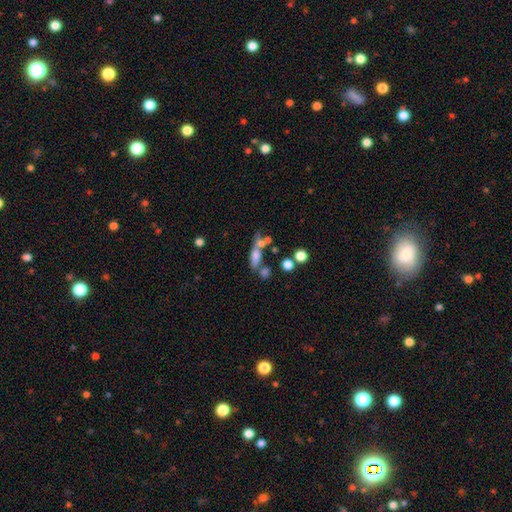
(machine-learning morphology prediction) A smooth galaxy with no disk features (60%) that is cigar-shaped (48%). Merging: none (43%).